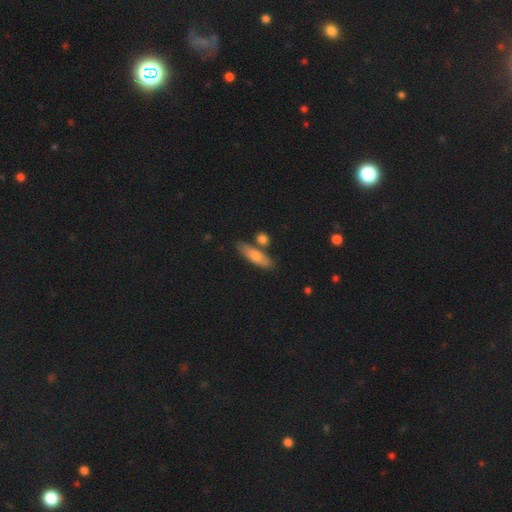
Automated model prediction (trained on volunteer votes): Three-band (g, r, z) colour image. It shows a smooth galaxy with no disk features (70%) that is cigar-shaped (61%). Merging: none (75%).